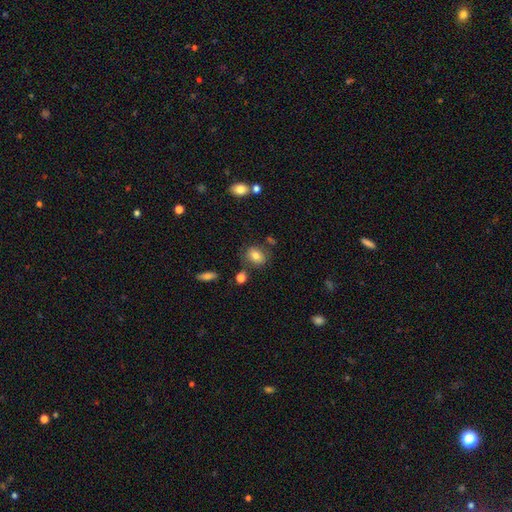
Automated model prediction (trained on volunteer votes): smooth 78%, featured or disk 12%, star or artifact 10%. Down the decision tree: how rounded — in between (52%); merging — none (75%).